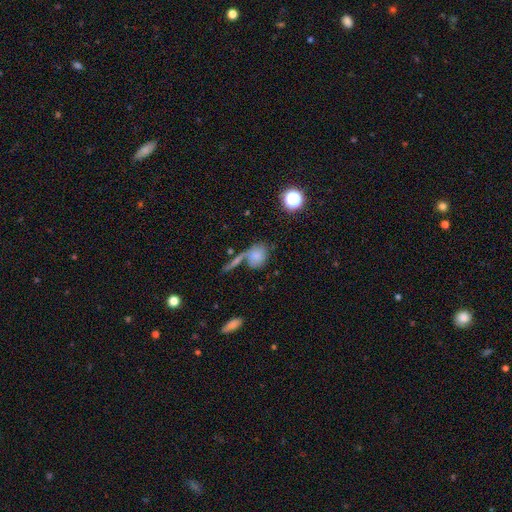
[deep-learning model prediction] Smooth or featured?
  - smooth: 71% *
  - featured or disk: 18%
  - star or artifact: 11%
How rounded?
  - in between: 49% *
  - round: 47%
  - cigar-shaped: 3%
Merging?
  - none: 43% *
  - merger: 31%
  - minor disturbance: 15%
  - major disturbance: 11%